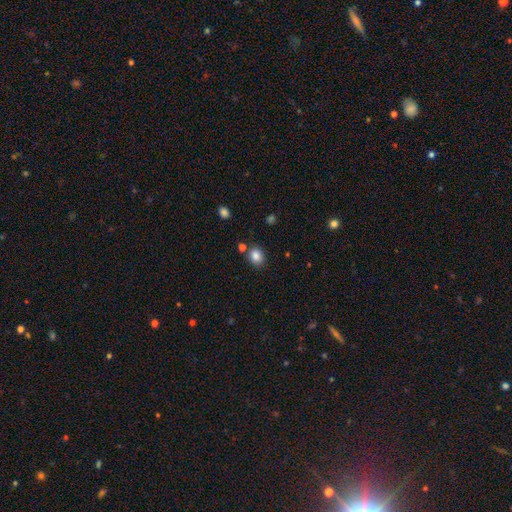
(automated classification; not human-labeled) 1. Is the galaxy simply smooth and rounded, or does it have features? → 85% smooth, 10% star or artifact, 5% featured or disk.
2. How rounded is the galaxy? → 56% round, 43% in between, 1% cigar-shaped.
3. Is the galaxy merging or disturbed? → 80% none, 10% minor disturbance, 7% merger, 3% major disturbance.